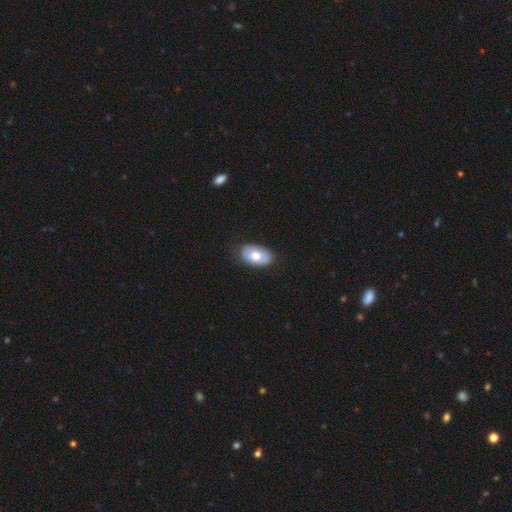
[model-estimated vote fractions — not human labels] Morphology: type=smooth (69%); roundness=in between (92%); merging=none (82%).